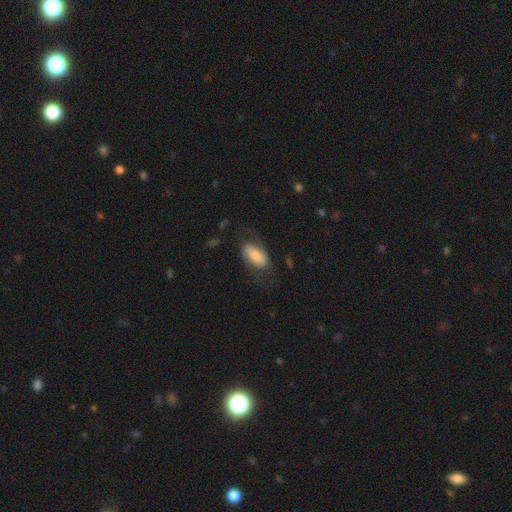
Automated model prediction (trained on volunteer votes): Smooth or featured? Predicted: smooth (p=0.61). How rounded? Predicted: in between (p=0.91). Merging? Predicted: none (p=0.59).